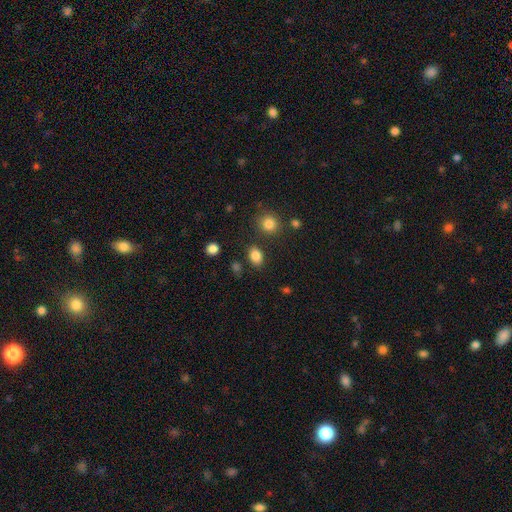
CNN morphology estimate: Smooth or featured: smooth — 85% (star or artifact — 11%)
How rounded: in between — 73% (round — 26%)
Merging: none — 82% (minor disturbance — 10%)